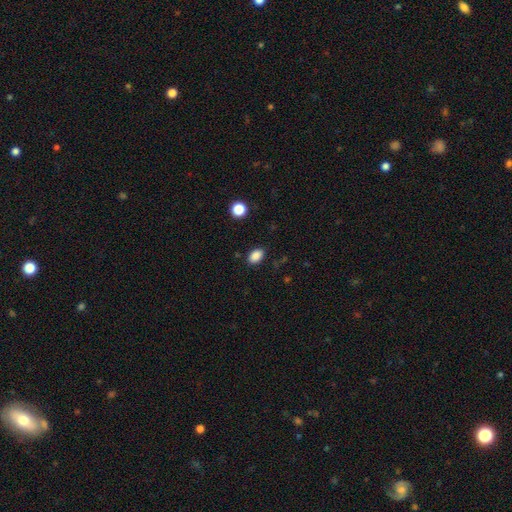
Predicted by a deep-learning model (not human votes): Q: Smooth or featured?
A: smooth (87%); runner-up: star or artifact (10%)
Q: How rounded?
A: in between (85%); runner-up: round (14%)
Q: Merging?
A: none (87%); runner-up: minor disturbance (10%)